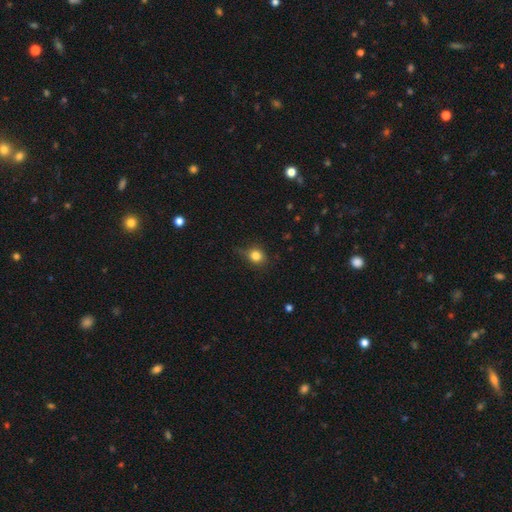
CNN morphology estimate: Smooth or featured: smooth — 81% (star or artifact — 12%)
How rounded: round — 77% (in between — 22%)
Merging: none — 68% (minor disturbance — 25%)